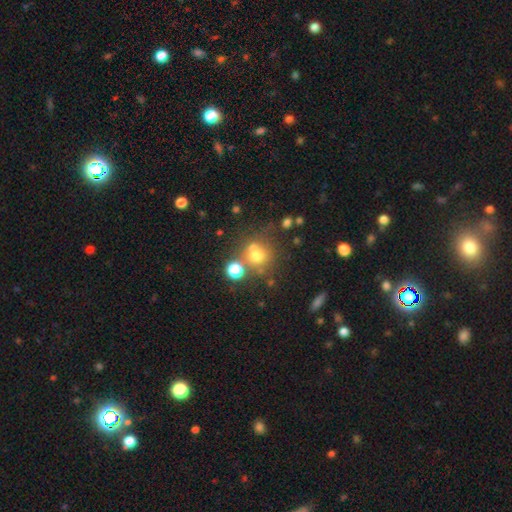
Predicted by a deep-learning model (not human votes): smooth_or_featured: smooth (p=0.65) [alt: star or artifact p=0.20]
how_rounded: round (p=0.88) [alt: in between p=0.11]
merging: none (p=0.58) [alt: merger p=0.25]